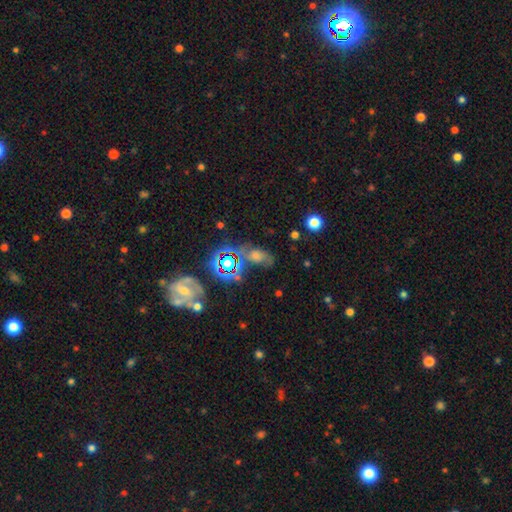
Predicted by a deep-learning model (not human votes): smooth_or_featured: star or artifact (p=0.36) [alt: featured or disk p=0.32]